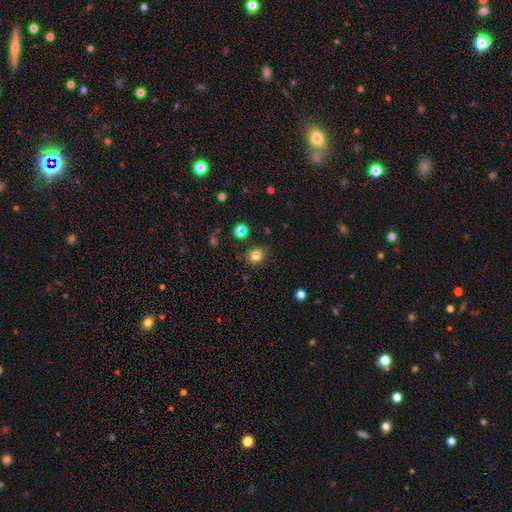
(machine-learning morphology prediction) Q: Smooth or featured?
A: smooth (79%); runner-up: star or artifact (14%)
Q: How rounded?
A: round (76%); runner-up: in between (23%)
Q: Merging?
A: none (84%); runner-up: minor disturbance (10%)